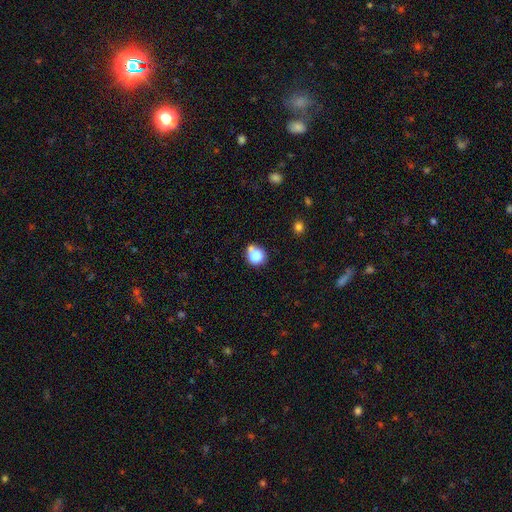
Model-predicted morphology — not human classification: The model was most divided on "merging": none: 49%, minor disturbance: 22%, merger: 21%, major disturbance: 7%. More confident: smooth or featured — smooth (81%); how rounded — round (79%).